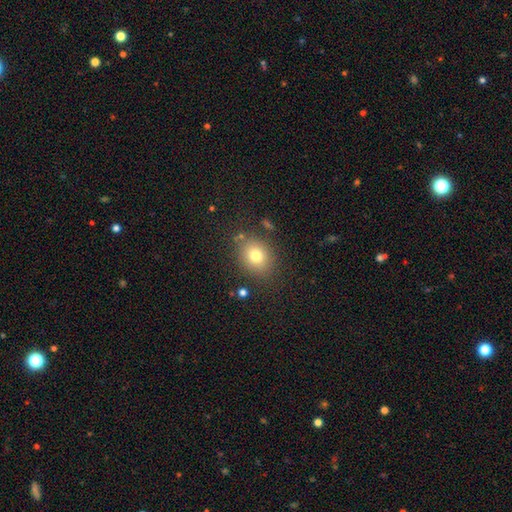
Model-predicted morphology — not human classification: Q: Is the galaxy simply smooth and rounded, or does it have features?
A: smooth — 77%.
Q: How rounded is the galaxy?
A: round — 60%.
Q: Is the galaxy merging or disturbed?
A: none — 81%.